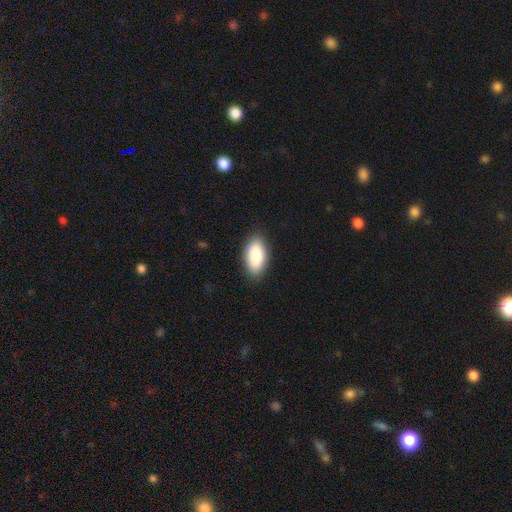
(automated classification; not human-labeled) smooth_or_featured: smooth (p=0.88) [alt: featured or disk p=0.06]
how_rounded: in between (p=0.94) [alt: cigar-shaped p=0.04]
merging: none (p=0.87) [alt: minor disturbance p=0.10]